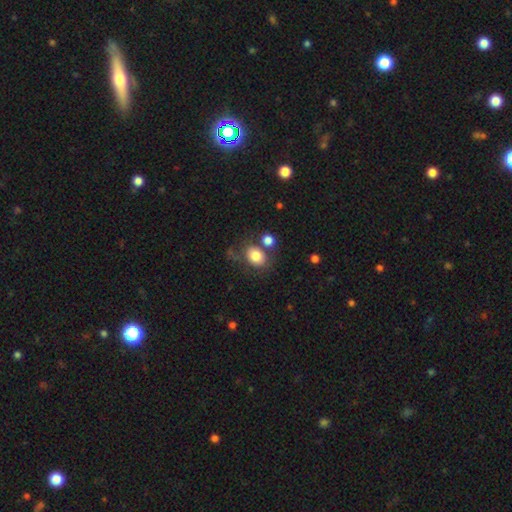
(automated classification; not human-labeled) smooth_or_featured: smooth (p=0.79) [alt: featured or disk p=0.11]
how_rounded: in between (p=0.53) [alt: round p=0.46]
merging: none (p=0.59) [alt: merger p=0.17]